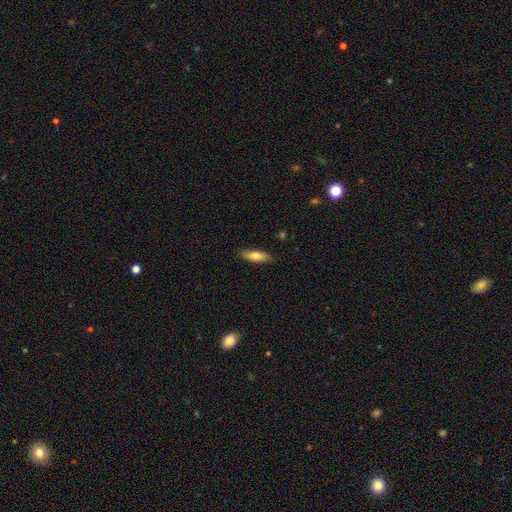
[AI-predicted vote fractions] A smooth galaxy with no disk features (75%) that is in between round and cigar-shaped (54%).

Vote fractions:
- Smooth or featured? smooth: 75% / featured or disk: 18% / star or artifact: 6%
- How rounded? in between: 54% / cigar-shaped: 44% / round: 2%
- Merging? none: 88% / minor disturbance: 9% / major disturbance: 2% / merger: 1%